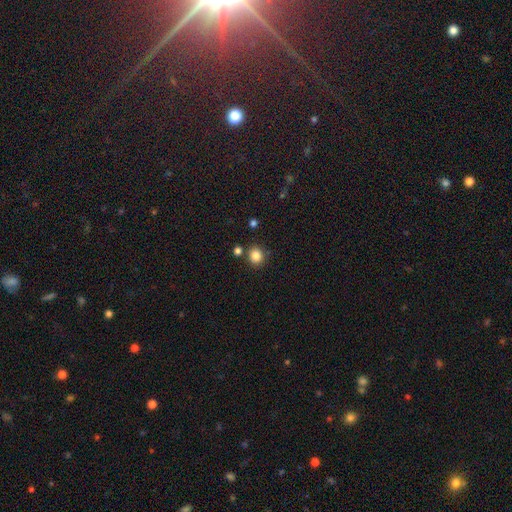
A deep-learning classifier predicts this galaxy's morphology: smooth-or-featured: smooth: 84% | star or artifact: 11% | featured or disk: 4%
  how-rounded: round: 83% | in between: 16% | cigar-shaped: 1%
  merging: none: 82% | minor disturbance: 8% | merger: 7% | major disturbance: 3%